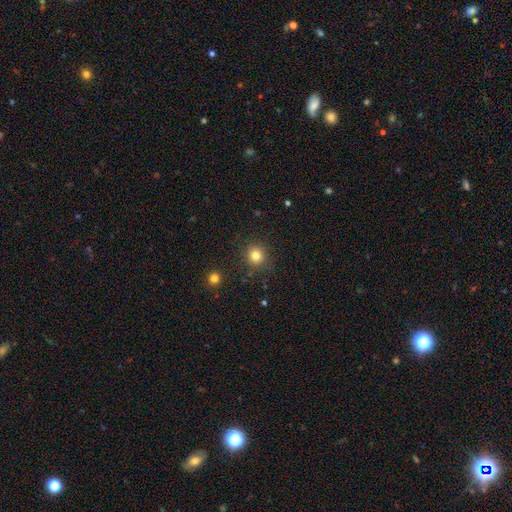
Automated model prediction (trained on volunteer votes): Overall: smooth (81%). How rounded: round (91%). Merging: none (87%).